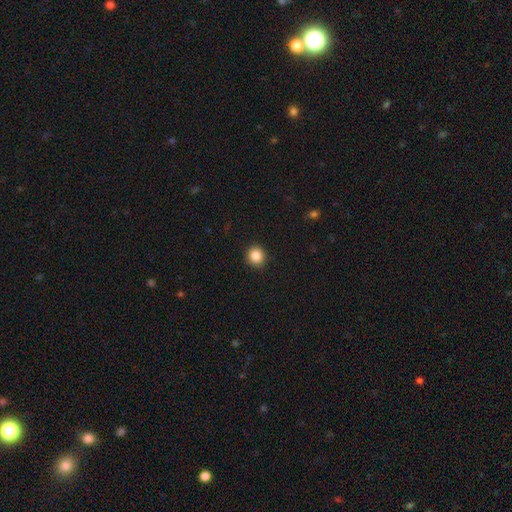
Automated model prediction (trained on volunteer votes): A smooth galaxy with no disk features (86%) that is round (89%).

Vote fractions:
- Smooth or featured? smooth: 86% / star or artifact: 10% / featured or disk: 4%
- How rounded? round: 89% / in between: 10% / cigar-shaped: 1%
- Merging? none: 92% / minor disturbance: 6% / major disturbance: 2% / merger: 1%